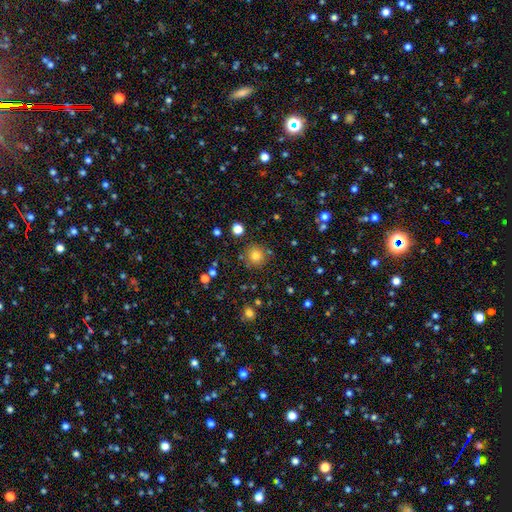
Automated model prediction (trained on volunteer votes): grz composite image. It shows a smooth galaxy with no disk features (79%) that is round (93%). Merging: none (83%).